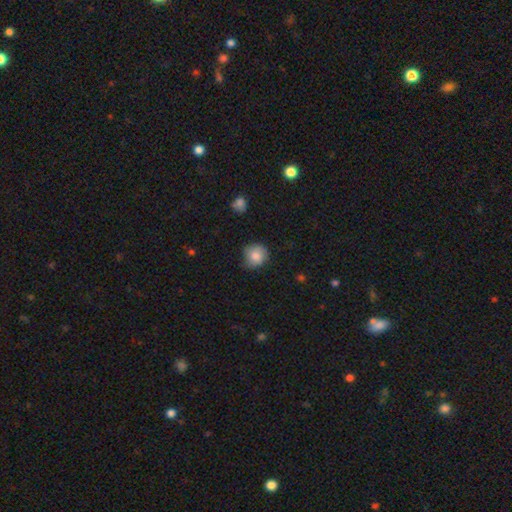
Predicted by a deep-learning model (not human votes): Overall: smooth (82%). How rounded: round (87%). Merging: none (73%).